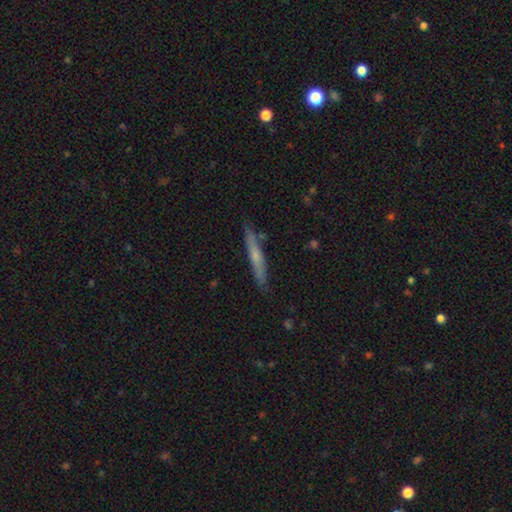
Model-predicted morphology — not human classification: smooth-or-featured: smooth: 48% | featured or disk: 46% | star or artifact: 6%
  merging: none: 86% | minor disturbance: 10% | merger: 2% | major disturbance: 2%